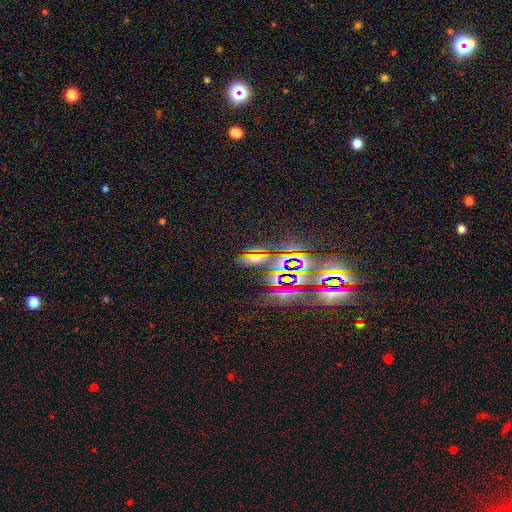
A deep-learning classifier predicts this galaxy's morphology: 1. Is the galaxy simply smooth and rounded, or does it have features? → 51% star or artifact, 28% smooth, 20% featured or disk.